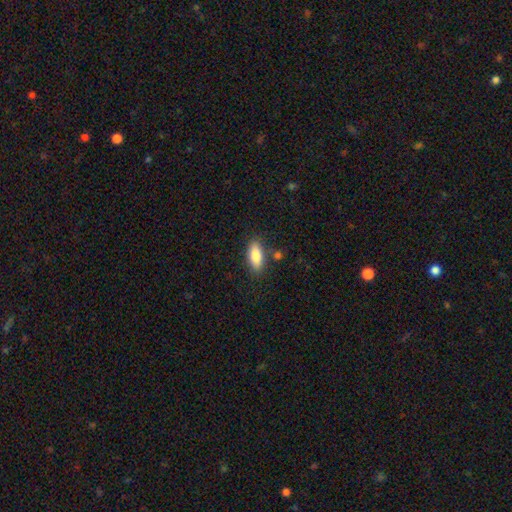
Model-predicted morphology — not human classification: smooth-or-featured: smooth: 84% | featured or disk: 10% | star or artifact: 7%
  how-rounded: in between: 81% | cigar-shaped: 16% | round: 3%
  merging: none: 80% | minor disturbance: 12% | merger: 5% | major disturbance: 3%